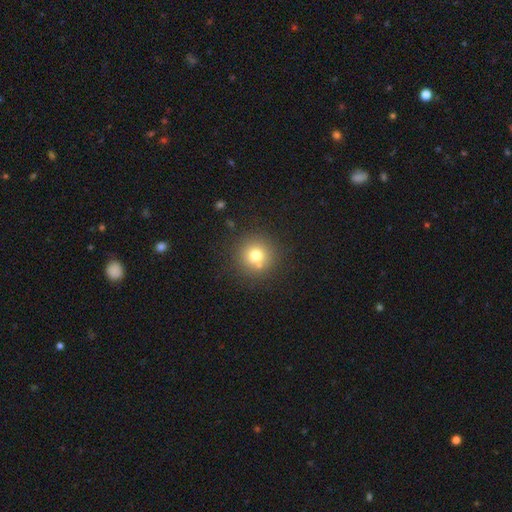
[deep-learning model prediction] The model was most divided on "smooth or featured": smooth: 73%, star or artifact: 14%, featured or disk: 12%. More confident: how rounded — round (94%); merging — none (79%).